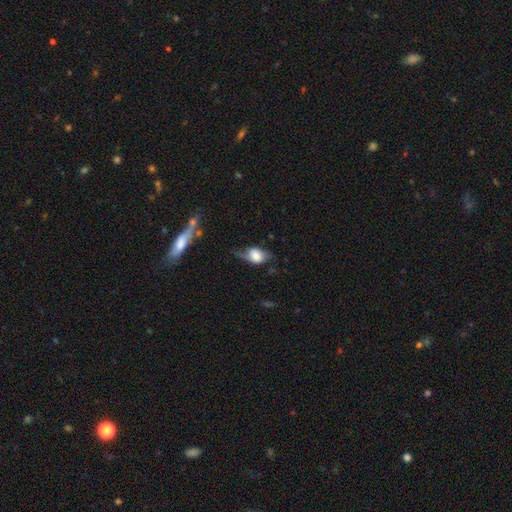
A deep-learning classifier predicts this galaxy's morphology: This appears to be a smooth galaxy with no disk features (54%) that is in between round and cigar-shaped (79%). Merging: none (40%).